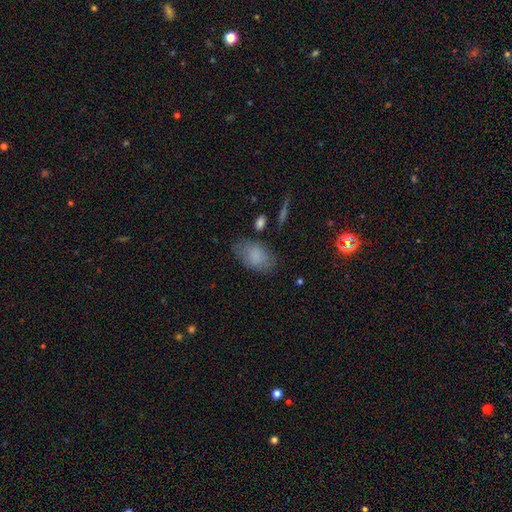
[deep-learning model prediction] Smooth or featured? smooth (79%)
How rounded? in between (91%)
Merging? none (66%)